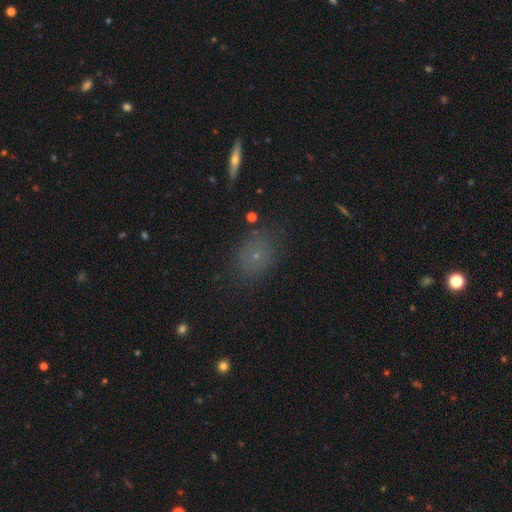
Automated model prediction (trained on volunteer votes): Smooth or featured? Predicted: smooth (p=0.62). How rounded? Predicted: in between (p=0.49). Merging? Predicted: none (p=0.80).